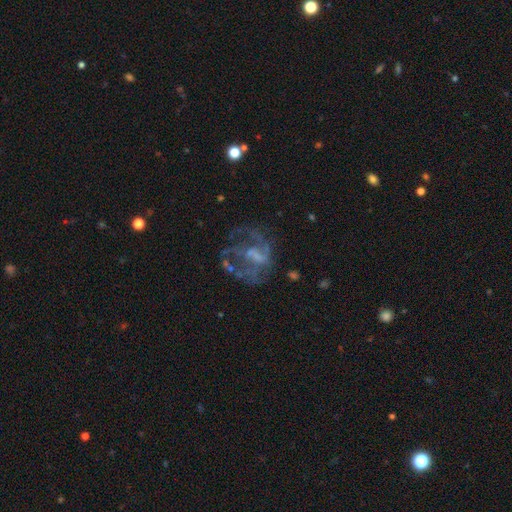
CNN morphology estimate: This appears to be a featured or disk galaxy (70%) with no bar (57%), no spiral arms (50%, tied with yes) and no central bulge (49%). Merging: none (41%).